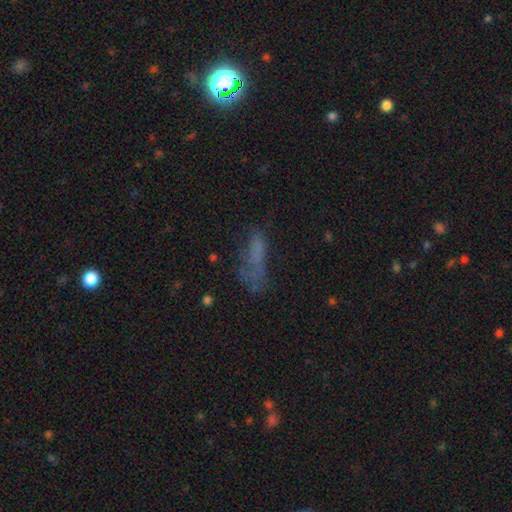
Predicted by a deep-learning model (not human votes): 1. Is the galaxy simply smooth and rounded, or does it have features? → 53% smooth, 25% featured or disk, 22% star or artifact.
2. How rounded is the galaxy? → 48% in between (tied), 48% cigar-shaped (tied), 4% round.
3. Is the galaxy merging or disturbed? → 40% none, 31% major disturbance, 24% minor disturbance, 5% merger.